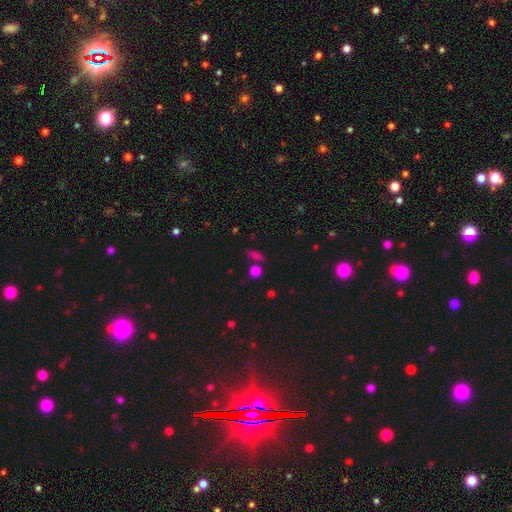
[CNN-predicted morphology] This appears to be a smooth galaxy with no disk features (70%) that is in between round and cigar-shaped (41%). Merging: none (73%).